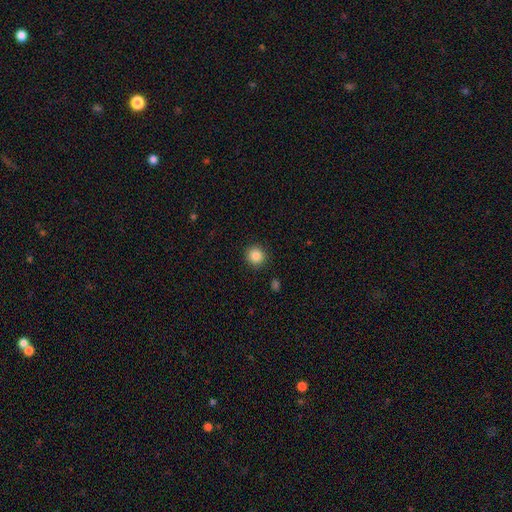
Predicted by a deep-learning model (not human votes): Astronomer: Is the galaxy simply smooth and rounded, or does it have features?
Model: smooth — 86%.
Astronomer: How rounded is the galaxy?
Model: round — 92%.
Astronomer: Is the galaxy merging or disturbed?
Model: none — 91%.